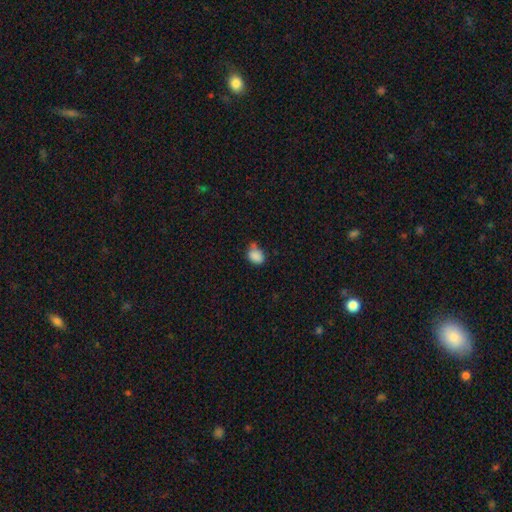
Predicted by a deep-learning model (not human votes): Smooth or featured? smooth (86%)
How rounded? in between (59%)
Merging? none (54%)